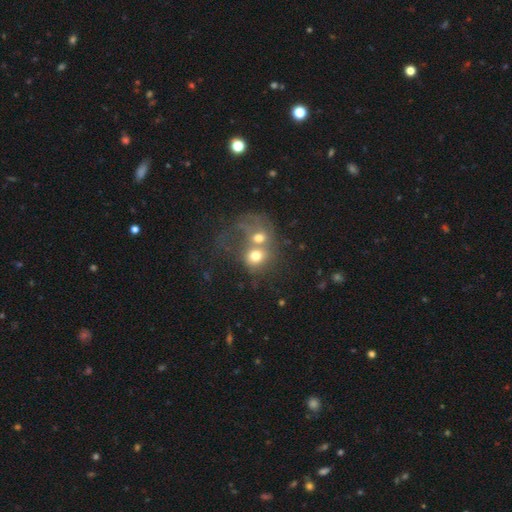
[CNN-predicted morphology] smooth-or-featured: smooth: 61% | featured or disk: 26% | star or artifact: 13%
  how-rounded: round: 66% | in between: 33% | cigar-shaped: 1%
  merging: merger: 72% | none: 14% | major disturbance: 9% | minor disturbance: 5%